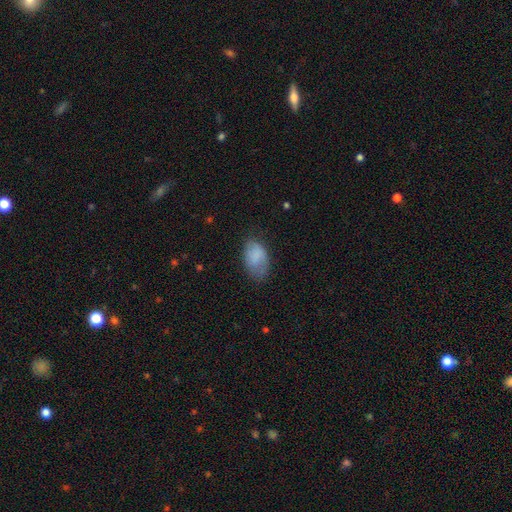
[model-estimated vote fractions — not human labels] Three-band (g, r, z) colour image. It shows a smooth galaxy with no disk features (80%) that is in between round and cigar-shaped (91%). Merging: none (58%).